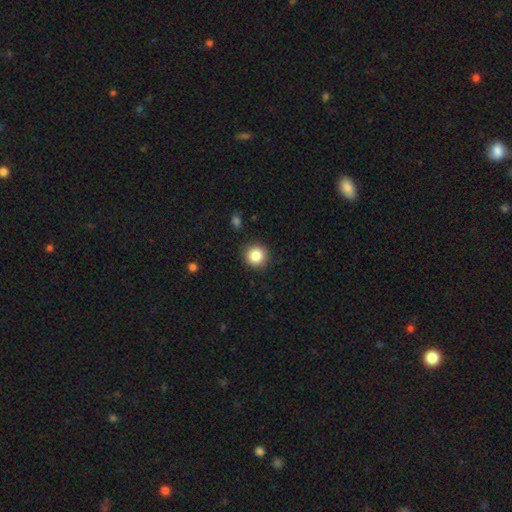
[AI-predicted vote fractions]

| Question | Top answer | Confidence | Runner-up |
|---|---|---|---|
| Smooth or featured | smooth | 86% | star or artifact (10%) |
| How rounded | round | 94% | in between (6%) |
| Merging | none | 90% | minor disturbance (7%) |